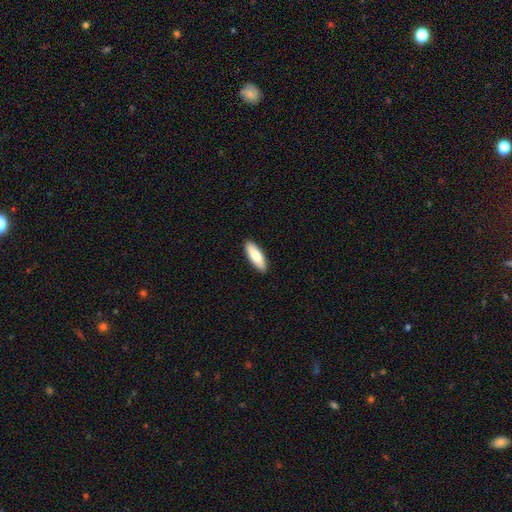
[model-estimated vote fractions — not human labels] Smooth or featured? smooth (81%)
How rounded? in between (61%)
Merging? none (91%)